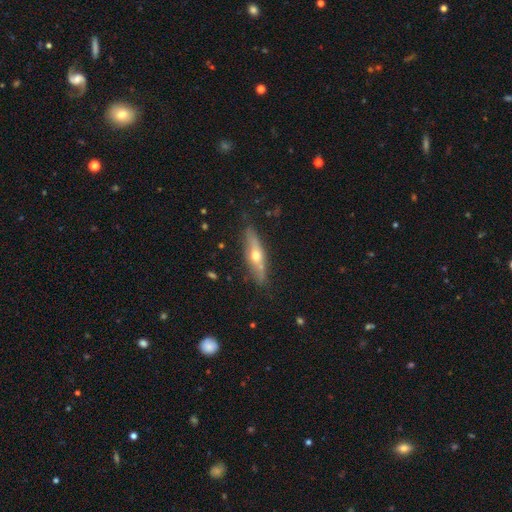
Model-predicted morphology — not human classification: Overall: featured or disk (61%; smooth 33%). Edge-on disk: yes (83%). Edge-on bulge: rounded (92%). Merging: none (82%).